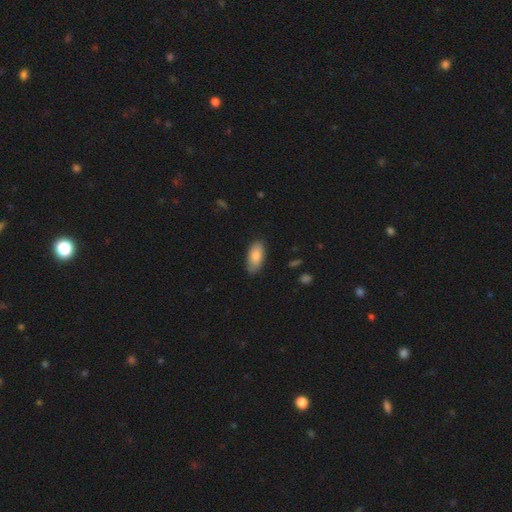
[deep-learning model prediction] Smooth or featured?
  - smooth: 84% *
  - featured or disk: 10%
  - star or artifact: 6%
How rounded?
  - in between: 91% *
  - cigar-shaped: 6%
  - round: 2%
Merging?
  - none: 81% *
  - minor disturbance: 15%
  - major disturbance: 3%
  - merger: 1%